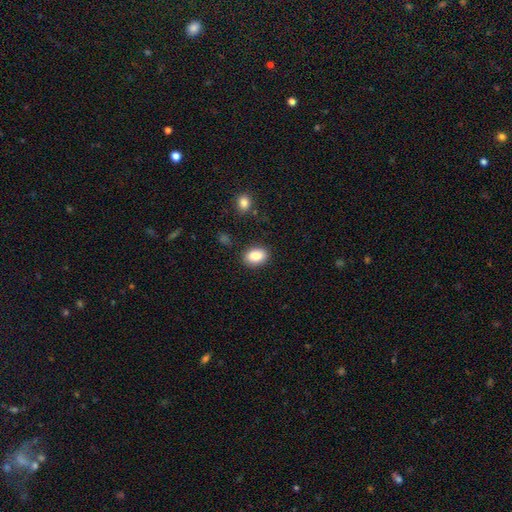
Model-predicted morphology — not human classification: A smooth galaxy with no disk features (87%) that is in between round and cigar-shaped (80%). Merging: none (86%).